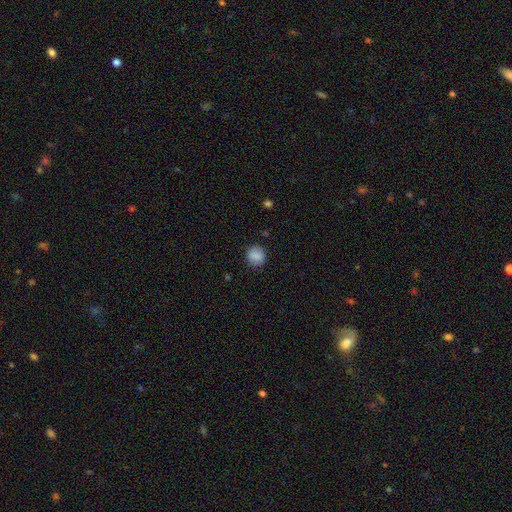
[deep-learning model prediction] smooth_or_featured: smooth (p=0.85) [alt: star or artifact p=0.09]
how_rounded: round (p=0.85) [alt: in between p=0.14]
merging: none (p=0.84) [alt: minor disturbance p=0.12]